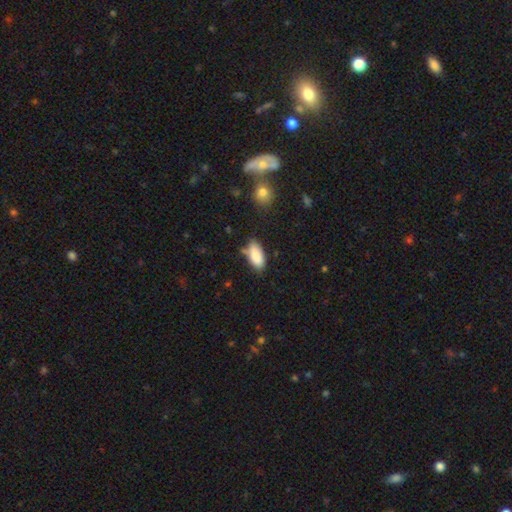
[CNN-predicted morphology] smooth 87%, star or artifact 7%, featured or disk 6%. Down the decision tree: how rounded — in between (91%); merging — none (69%).